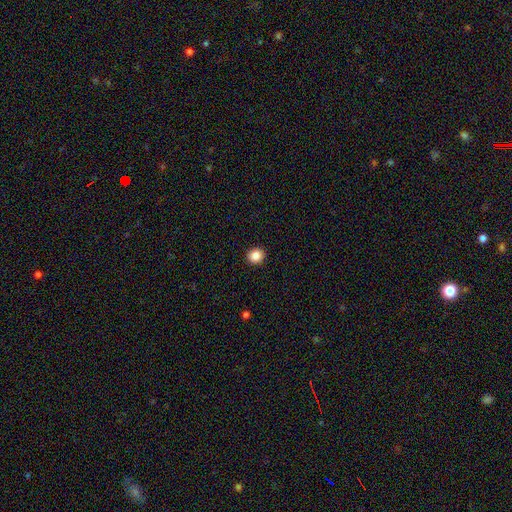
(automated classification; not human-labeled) A smooth galaxy with no disk features (86%) that is round (82%). Merging: none (93%).